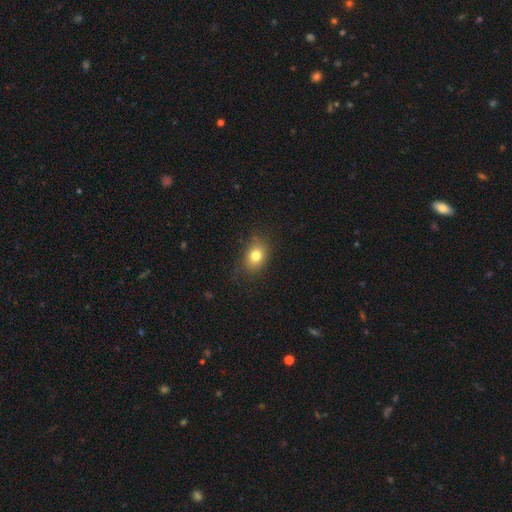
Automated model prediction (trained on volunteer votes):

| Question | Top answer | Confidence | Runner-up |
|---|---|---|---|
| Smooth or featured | smooth | 79% | star or artifact (11%) |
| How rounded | in between | 66% | round (33%) |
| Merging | none | 79% | minor disturbance (15%) |